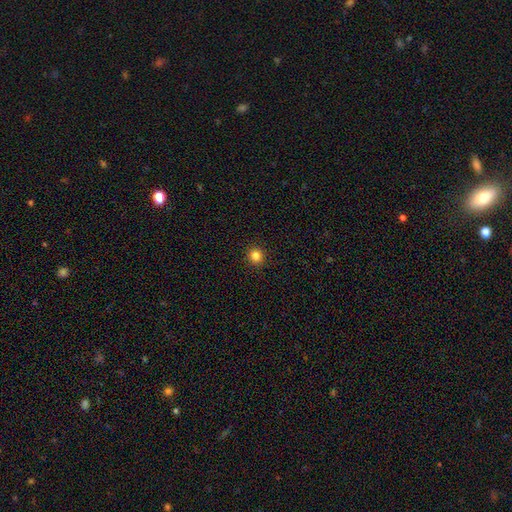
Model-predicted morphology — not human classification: smooth_or_featured: smooth (p=0.83) [alt: star or artifact p=0.13]
how_rounded: round (p=0.93) [alt: in between p=0.06]
merging: none (p=0.93) [alt: minor disturbance p=0.04]